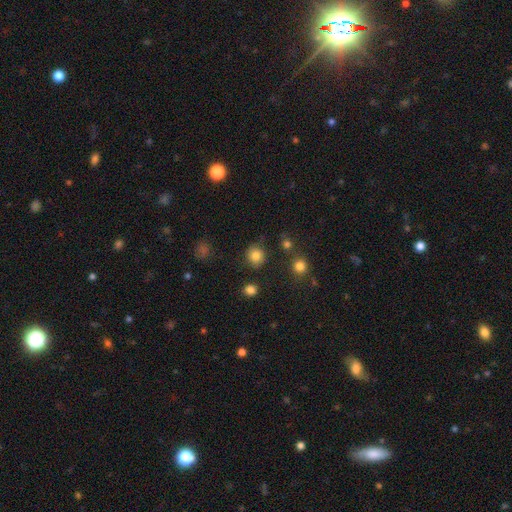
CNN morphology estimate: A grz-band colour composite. It shows a smooth galaxy with no disk features (83%) that is round (88%). Merging: none (82%).